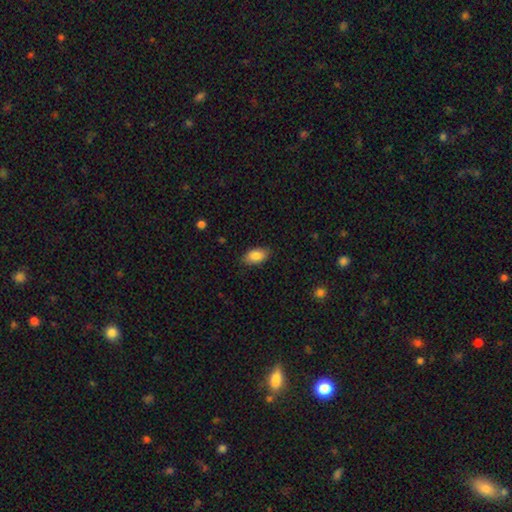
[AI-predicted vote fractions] Smooth or featured: smooth — 86% (featured or disk — 7%)
How rounded: in between — 92% (round — 5%)
Merging: none — 84% (minor disturbance — 12%)